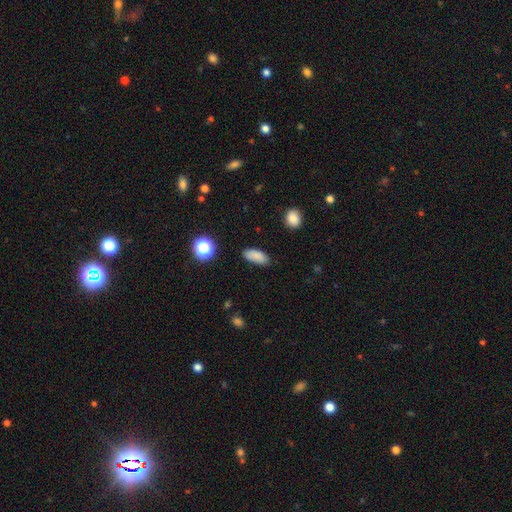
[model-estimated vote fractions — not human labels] Smooth or featured: smooth — 85% (star or artifact — 10%)
How rounded: in between — 84% (cigar-shaped — 13%)
Merging: none — 84% (minor disturbance — 12%)